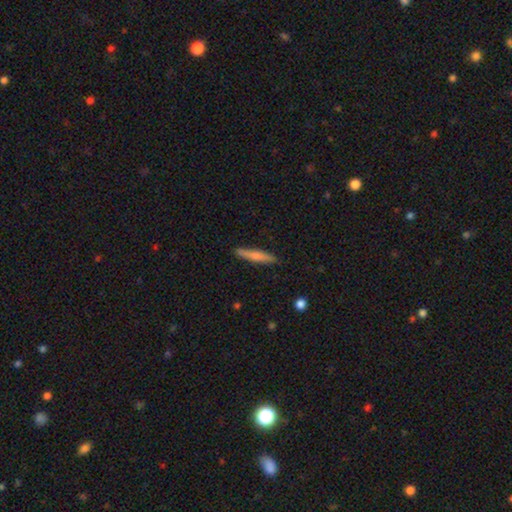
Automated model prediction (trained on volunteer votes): Q: Smooth or featured?
A: smooth (65%); runner-up: featured or disk (29%)
Q: How rounded?
A: cigar-shaped (92%); runner-up: in between (6%)
Q: Merging?
A: none (88%); runner-up: minor disturbance (9%)